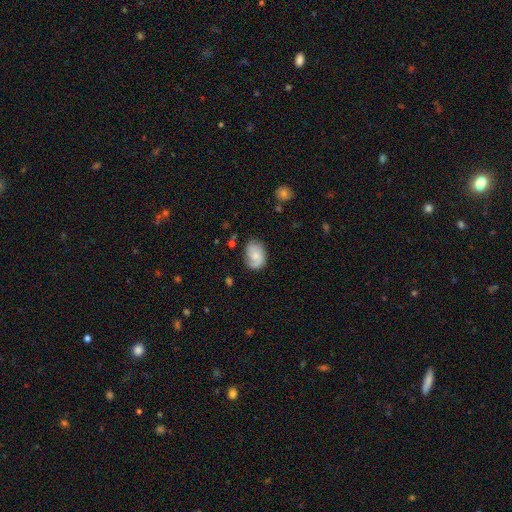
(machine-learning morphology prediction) A smooth galaxy with no disk features (47%).

Vote fractions:
- Smooth or featured? smooth: 47% / featured or disk: 46% / star or artifact: 8%
- Merging? none: 64% / minor disturbance: 25% / major disturbance: 10% / merger: 2%